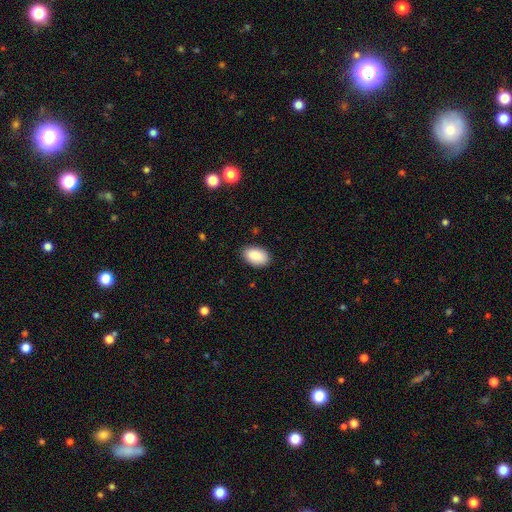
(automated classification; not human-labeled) Smooth or featured: smooth — 89% (star or artifact — 7%)
How rounded: in between — 92% (round — 7%)
Merging: none — 87% (minor disturbance — 10%)